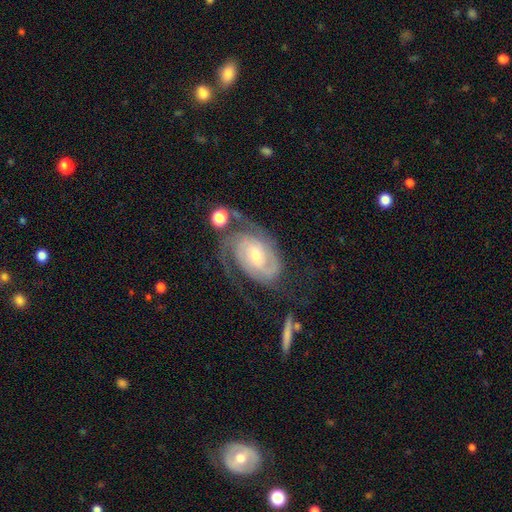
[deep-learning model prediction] Morphology: type=featured or disk (87%); edge-on=no (97%); bar=no (52%); spiral arms=yes (97%); winding=tight (57%); arm count=2 (57%); bulge=small (49%); merging=none (53%).